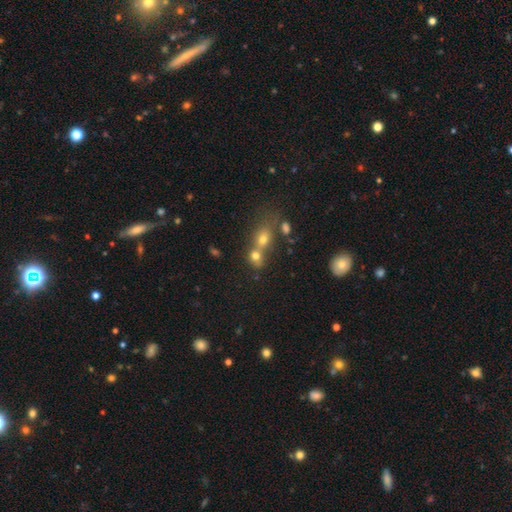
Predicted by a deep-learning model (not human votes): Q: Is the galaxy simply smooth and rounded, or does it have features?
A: smooth — 51%.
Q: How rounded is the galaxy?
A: round — 59%.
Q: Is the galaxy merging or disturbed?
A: none — 43%.